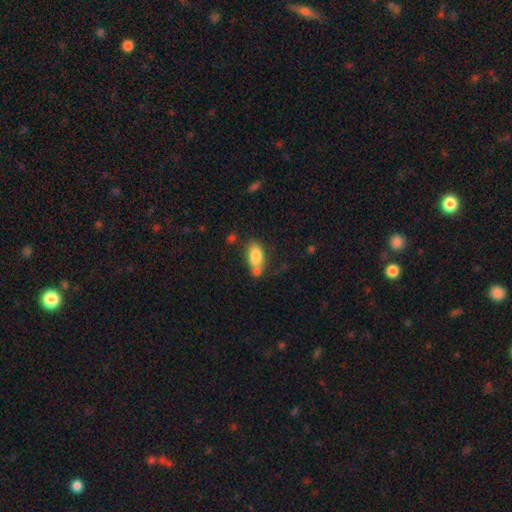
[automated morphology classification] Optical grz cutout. It shows a smooth galaxy with no disk features (80%) that is in between round and cigar-shaped (88%). Merging: none (46%).